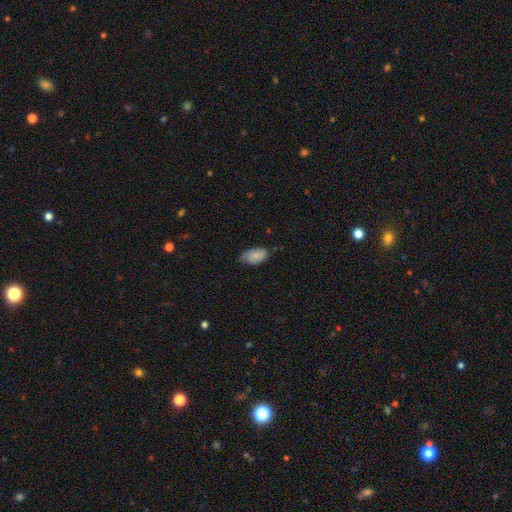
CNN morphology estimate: type=smooth (77%); roundness=in between (94%); merging=none (60%).